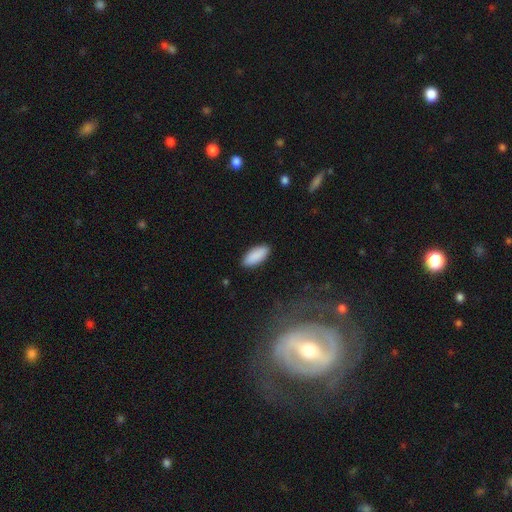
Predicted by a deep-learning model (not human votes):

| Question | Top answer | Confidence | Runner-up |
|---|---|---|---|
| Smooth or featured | smooth | 90% | star or artifact (6%) |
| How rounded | in between | 85% | cigar-shaped (14%) |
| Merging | none | 89% | minor disturbance (8%) |